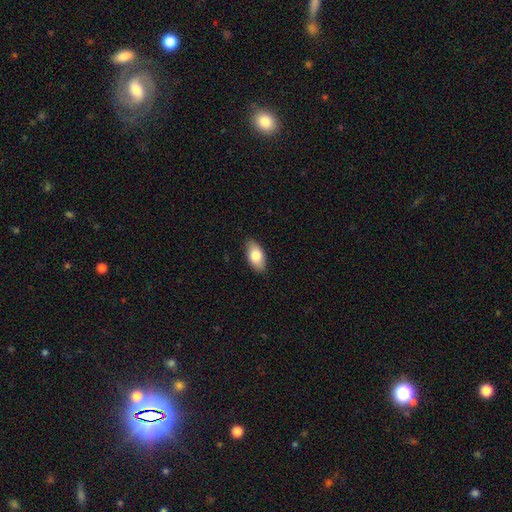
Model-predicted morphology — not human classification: Smooth or featured: smooth — 80% (featured or disk — 14%)
How rounded: in between — 93% (cigar-shaped — 4%)
Merging: none — 87% (minor disturbance — 10%)